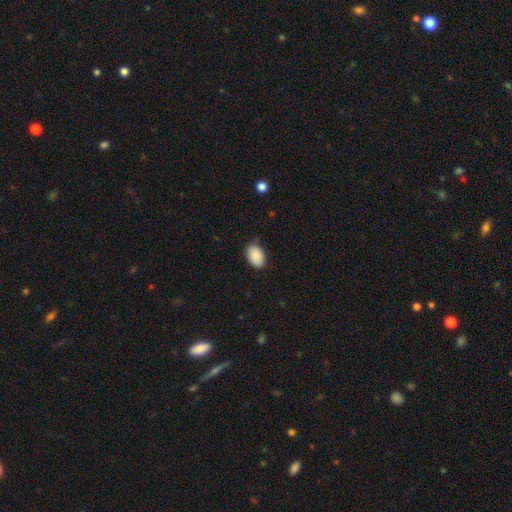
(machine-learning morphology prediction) Smooth or featured? smooth (90%)
How rounded? in between (91%)
Merging? none (82%)